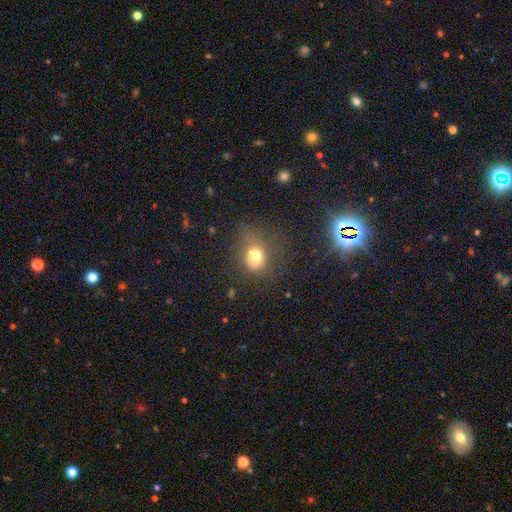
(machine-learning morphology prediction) Q: Smooth or featured?
A: smooth (72%); runner-up: star or artifact (16%)
Q: How rounded?
A: round (66%); runner-up: in between (33%)
Q: Merging?
A: none (59%); runner-up: minor disturbance (21%)